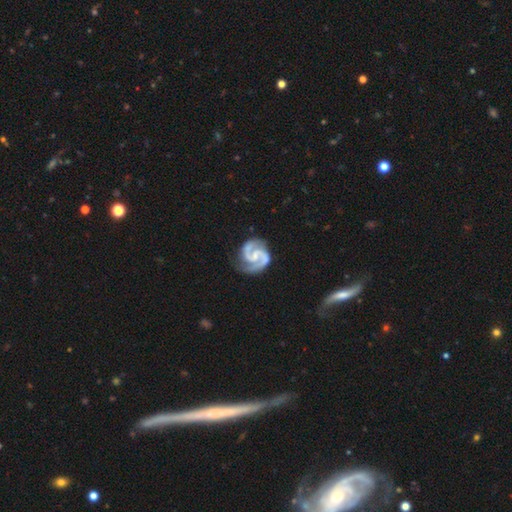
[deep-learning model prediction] featured or disk 93%, smooth 3%, star or artifact 3%. Down the decision tree: edge-on disk — no (99%); bar — weak (45%); spiral arms — yes (99%); spiral arm count — 2 (93%); spiral winding — medium (57%); bulge size — small (45%); merging — none (77%).